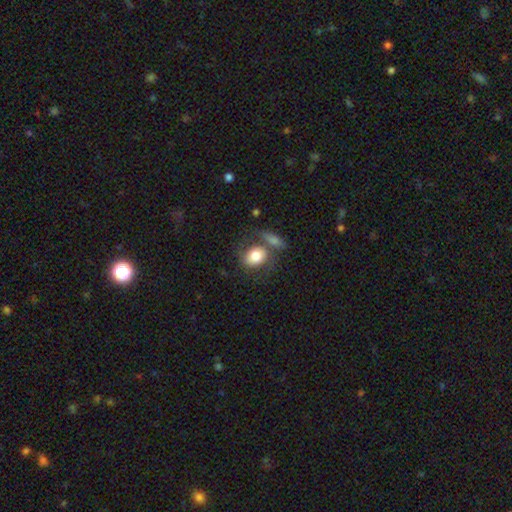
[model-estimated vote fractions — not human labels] Smooth or featured: smooth — 77% (featured or disk — 16%)
How rounded: in between — 57% (round — 42%)
Merging: none — 47% (merger — 28%)